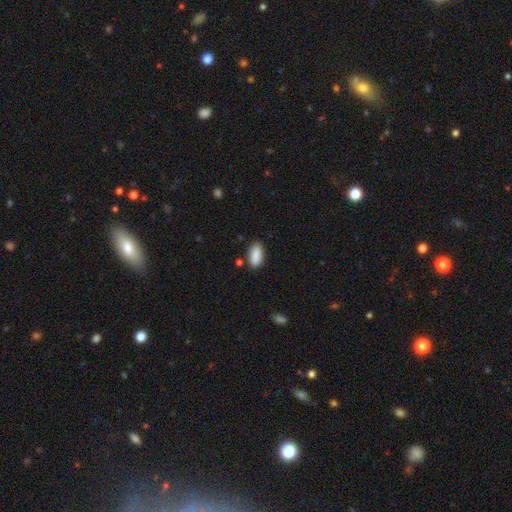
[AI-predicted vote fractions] Smooth or featured? smooth (89%)
How rounded? in between (89%)
Merging? none (82%)